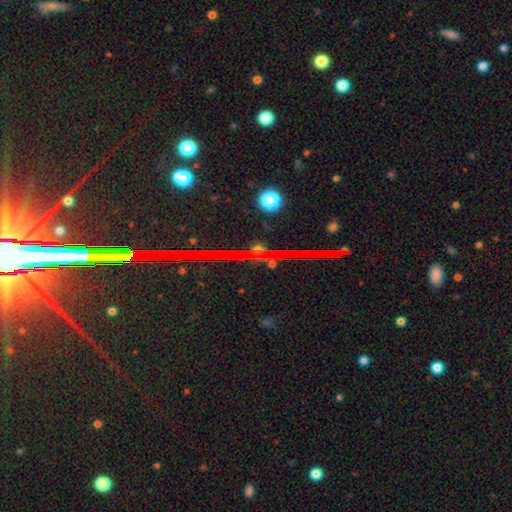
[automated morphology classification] This is clearly a star or artifact rather than a galaxy (82%).